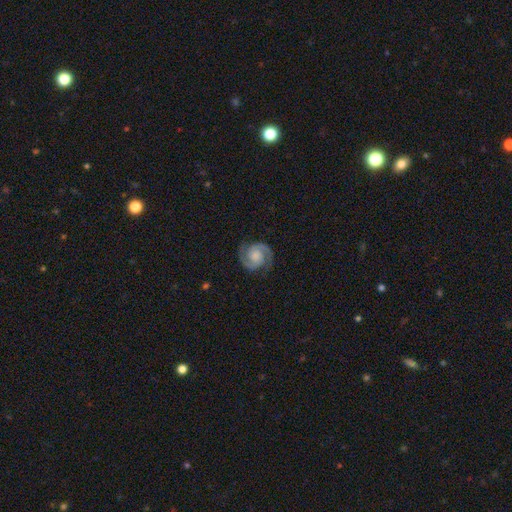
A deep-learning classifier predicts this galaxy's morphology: The model was most divided on "bulge size": moderate: 31%, none: 29%, small: 24%, large: 14%, dominant: 2%. Remaining: spiral arms — yes (98%); edge-on disk — no (98%); spiral arm count — 2 (94%); smooth or featured — featured or disk (91%); merging — none (84%); bar — no (65%); spiral winding — tight (48%).